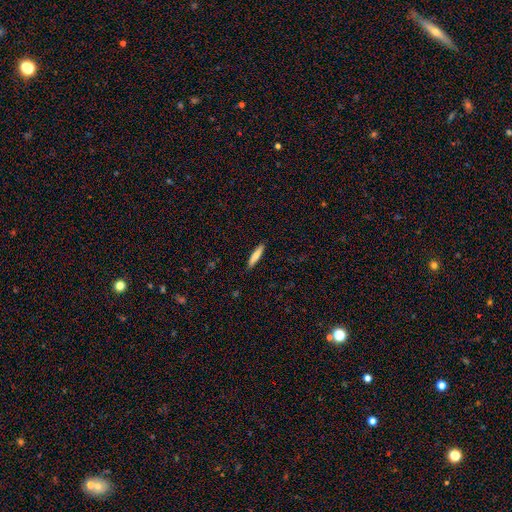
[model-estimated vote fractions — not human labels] Smooth or featured? Predicted: smooth (p=0.79). How rounded? Predicted: cigar-shaped (p=0.86). Merging? Predicted: none (p=0.89).